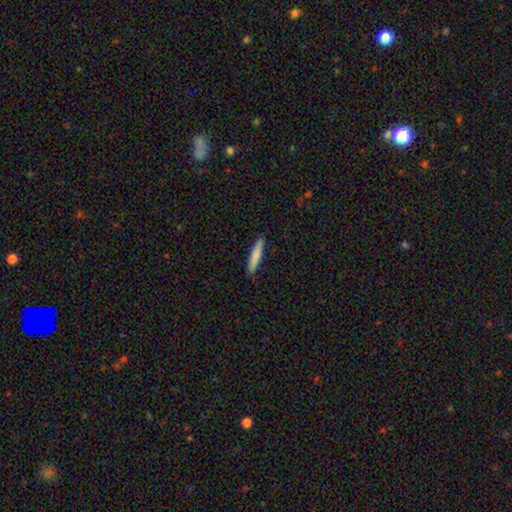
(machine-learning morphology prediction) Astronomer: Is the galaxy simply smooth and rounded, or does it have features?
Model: smooth — 79%.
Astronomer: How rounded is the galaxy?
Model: cigar-shaped — 92%.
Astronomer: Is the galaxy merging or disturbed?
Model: none — 89%.